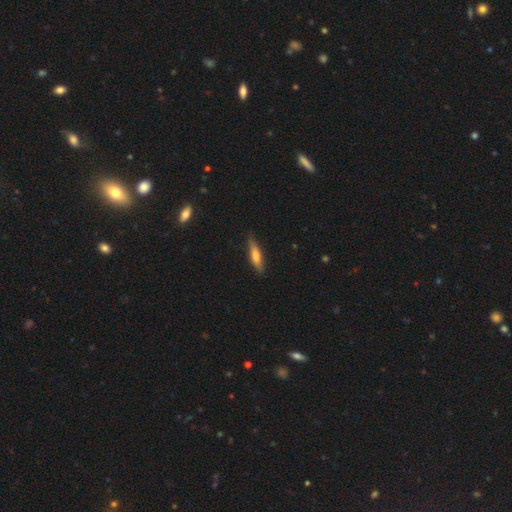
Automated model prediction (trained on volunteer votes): smooth_or_featured: smooth (p=0.62) [alt: featured or disk p=0.32]
how_rounded: cigar-shaped (p=0.74) [alt: in between p=0.24]
merging: none (p=0.82) [alt: minor disturbance p=0.15]